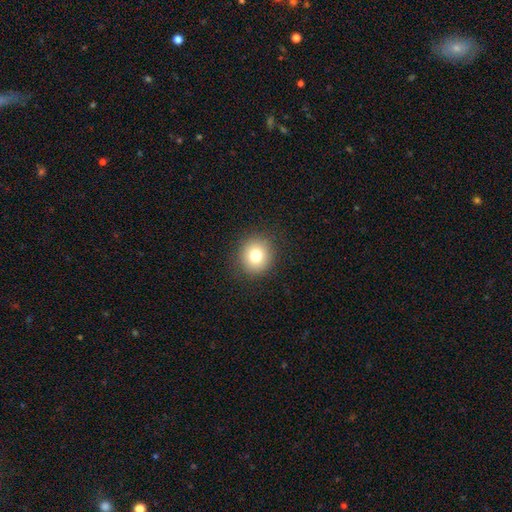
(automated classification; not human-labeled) A smooth galaxy with no disk features (78%) that is round (88%). Merging: none (90%).